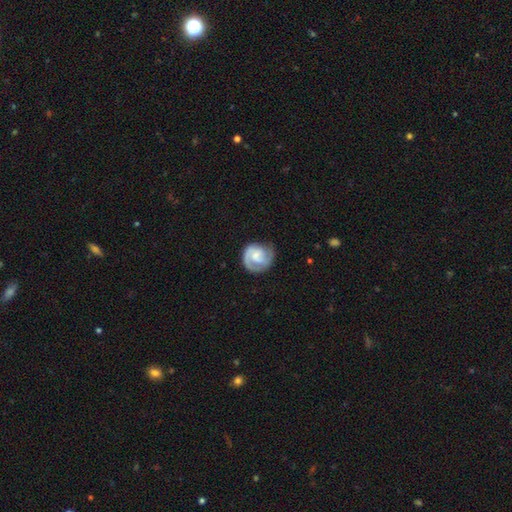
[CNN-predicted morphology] Smooth or featured?
  - featured or disk: 73% *
  - smooth: 22%
  - star or artifact: 5%
Edge-on disk?
  - no: 98% *
  - yes: 2%
Bar?
  - no: 53% *
  - weak: 38%
  - strong: 8%
Spiral arms?
  - yes: 94% *
  - no: 6%
Spiral winding?
  - tight: 55% *
  - medium: 35%
  - loose: 11%
Spiral arm count?
  - 2: 55% *
  - 1: 27%
  - can't tell: 10%
  - 3: 5%
  - 4: 1%
  - more than 4: 1%
Bulge size?
  - small: 40% *
  - moderate: 31%
  - none: 20%
  - large: 8%
  - dominant: 2%
Merging?
  - none: 69% *
  - minor disturbance: 20%
  - major disturbance: 10%
  - merger: 2%